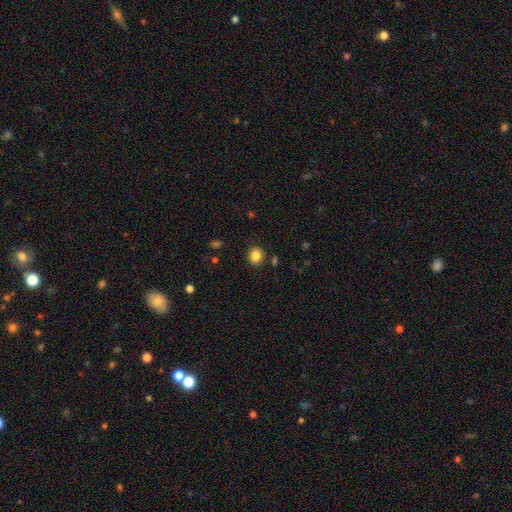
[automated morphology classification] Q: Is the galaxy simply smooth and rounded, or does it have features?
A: smooth — 84%.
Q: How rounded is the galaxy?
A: round — 84%.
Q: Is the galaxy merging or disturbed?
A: none — 88%.